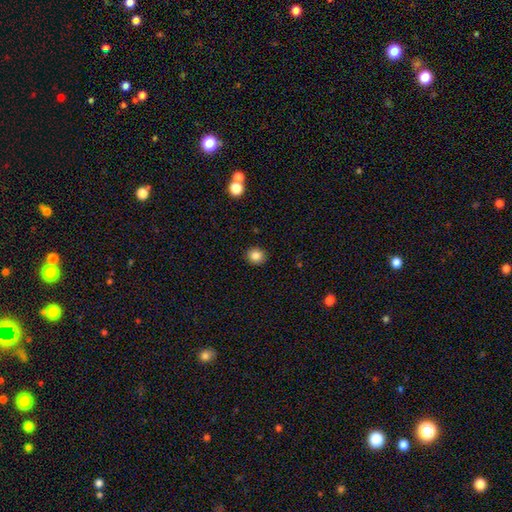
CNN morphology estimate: smooth 84%, star or artifact 11%, featured or disk 5%. Down the decision tree: how rounded — round (84%); merging — none (92%).